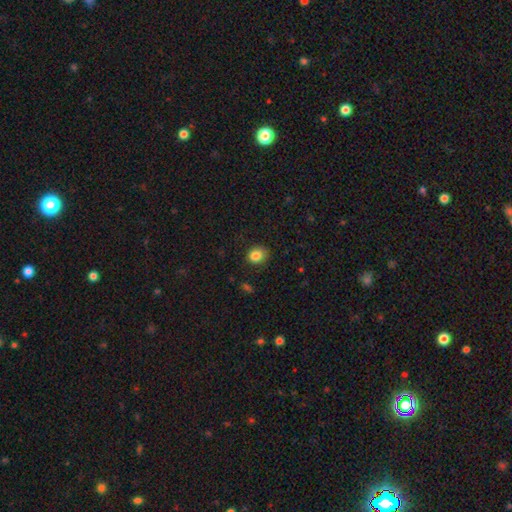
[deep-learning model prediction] This appears to be a smooth galaxy with no disk features (84%) that is round (64%). Merging: none (76%).